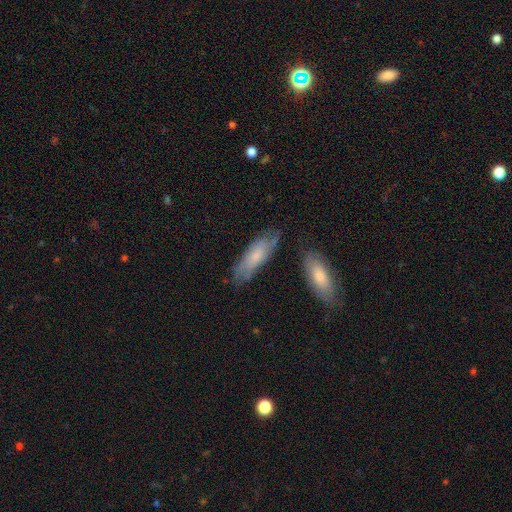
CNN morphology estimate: The model was most divided on "how rounded": in between: 58%, cigar-shaped: 40%, round: 2%. More confident: merging — none (68%); smooth or featured — smooth (61%).